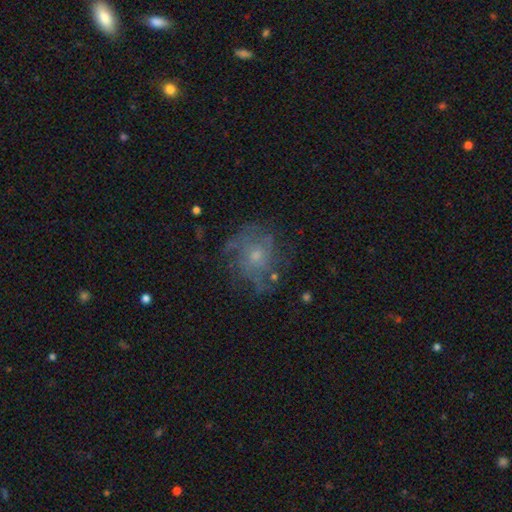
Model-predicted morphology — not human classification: A featured or disk galaxy (59%) with no bar (83%), spiral arms (69%) and a small central bulge (59%). Merging: none (66%).